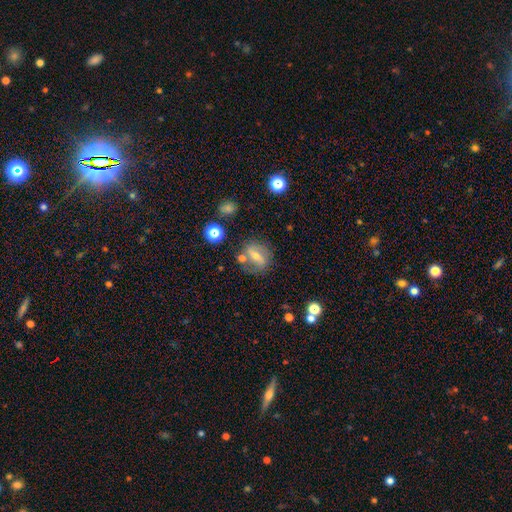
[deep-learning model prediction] Smooth or featured: smooth — 45% (featured or disk — 42%)
Merging: none — 66% (minor disturbance — 16%)